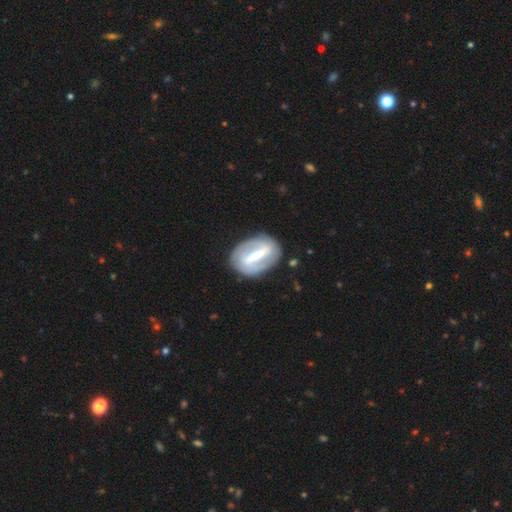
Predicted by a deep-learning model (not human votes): smooth-or-featured: featured or disk: 70% | smooth: 24% | star or artifact: 6%
  disk-edge-on: no: 91% | yes: 9%
    bar: strong: 83% | weak: 13% | no: 4%
    has-spiral-arms: no: 55% | yes: 45%
    bulge-size: moderate: 38% | small: 32% | none: 18% | large: 10% | dominant: 2%
  merging: none: 77% | minor disturbance: 15% | major disturbance: 6% | merger: 2%